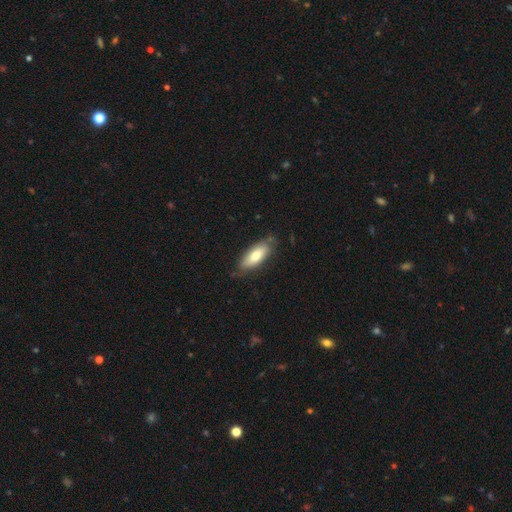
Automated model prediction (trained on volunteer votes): Smooth or featured? Predicted: smooth (p=0.70). How rounded? Predicted: in between (p=0.78). Merging? Predicted: none (p=0.76).